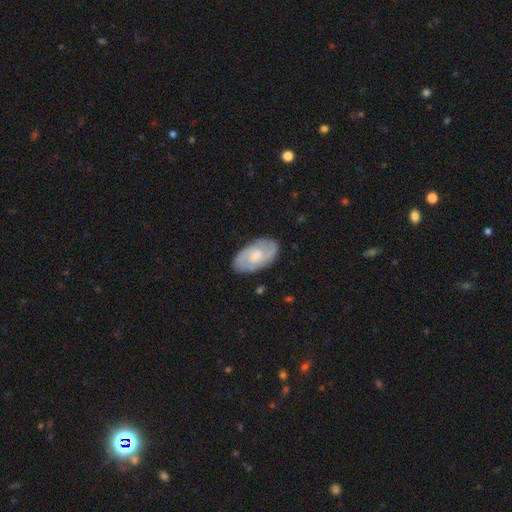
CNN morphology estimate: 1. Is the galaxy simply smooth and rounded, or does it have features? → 72% featured or disk, 23% smooth, 5% star or artifact.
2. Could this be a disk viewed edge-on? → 96% no, 4% yes.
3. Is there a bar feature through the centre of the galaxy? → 55% no, 39% weak, 6% strong.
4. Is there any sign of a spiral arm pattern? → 91% yes, 9% no.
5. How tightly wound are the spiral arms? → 45% medium, 40% tight, 15% loose.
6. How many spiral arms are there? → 74% 2, 14% can't tell, 6% 3, 2% 1, 2% 4, 2% more than 4.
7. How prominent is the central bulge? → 42% moderate, 34% small, 14% none, 10% large, 2% dominant.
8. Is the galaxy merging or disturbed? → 83% none, 13% minor disturbance, 3% major disturbance, 1% merger.